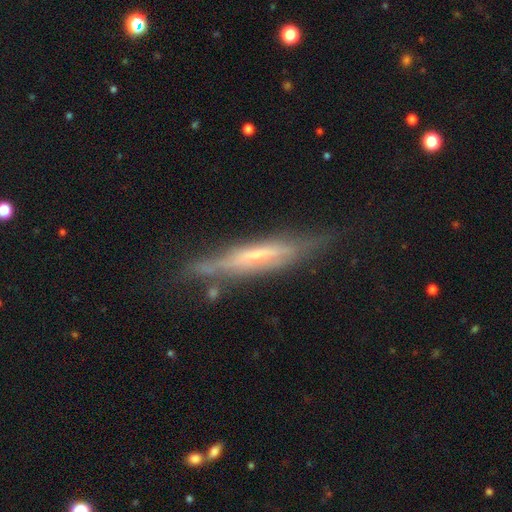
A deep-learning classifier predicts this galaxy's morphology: This appears to be a featured or disk galaxy (70%) viewed edge-on (88%) with no central bulge (51%). Merging: none (70%).